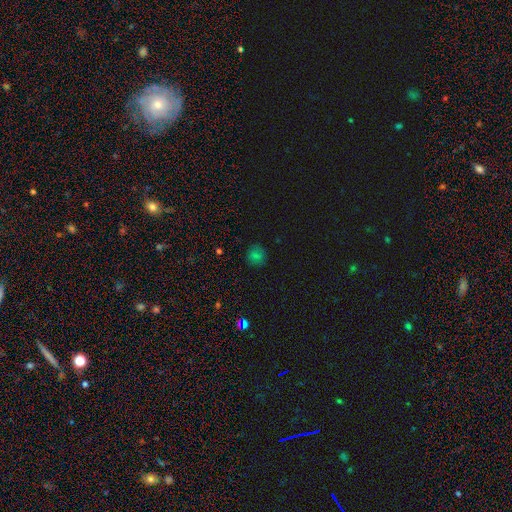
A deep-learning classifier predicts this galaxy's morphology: This is likely a smooth galaxy (68%). How rounded: clearly round (87%). Merging: clearly none (85%).